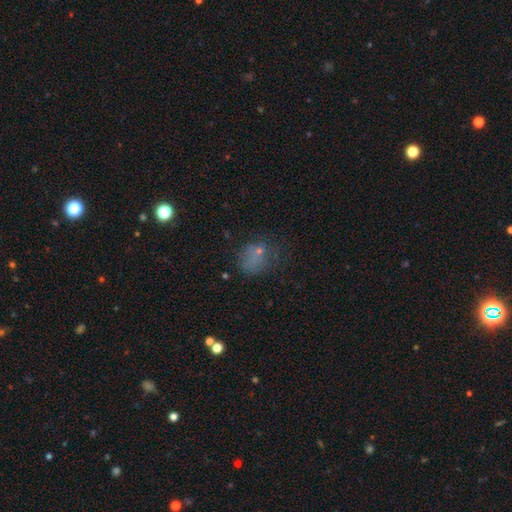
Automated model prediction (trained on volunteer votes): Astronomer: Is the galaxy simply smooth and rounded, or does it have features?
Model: smooth — 57%.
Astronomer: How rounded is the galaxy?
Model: round — 55% (runner-up: in between, 44%).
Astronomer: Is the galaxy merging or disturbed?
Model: none — 45% (runner-up: minor disturbance, 24%).